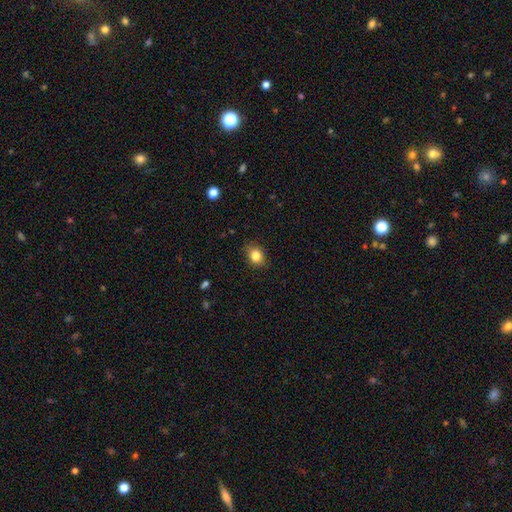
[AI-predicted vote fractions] Smooth or featured: smooth — 84% (star or artifact — 10%)
How rounded: in between — 53% (round — 46%)
Merging: none — 84% (minor disturbance — 12%)